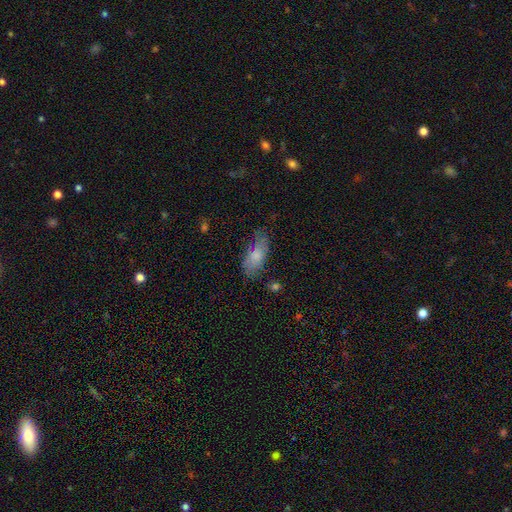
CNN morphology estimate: This is likely a smooth galaxy (75%). How rounded: clearly in between (83%). Merging: likely none (63%).